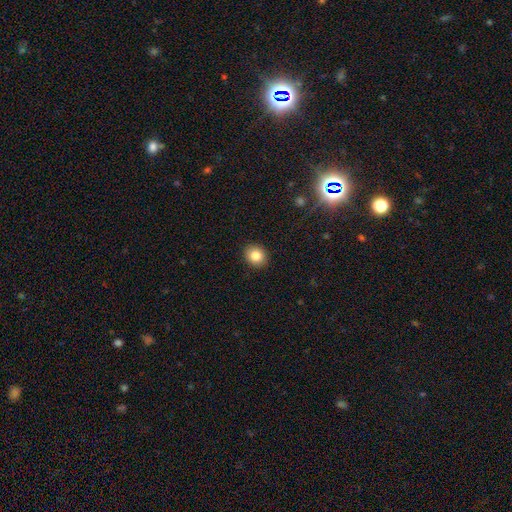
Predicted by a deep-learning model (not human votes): Smooth or featured? smooth (83%)
How rounded? round (71%)
Merging? none (91%)